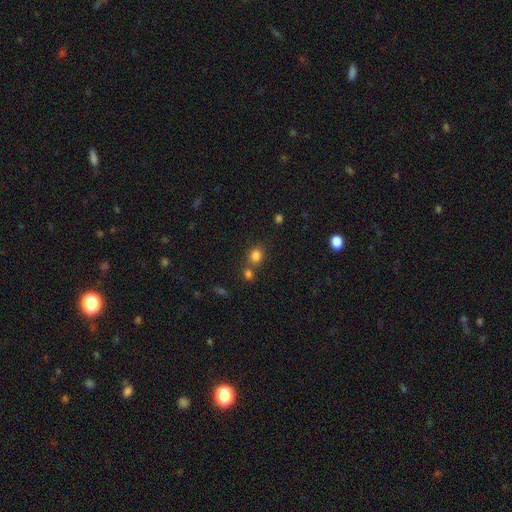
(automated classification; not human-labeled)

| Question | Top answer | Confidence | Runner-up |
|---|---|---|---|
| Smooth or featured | smooth | 81% | star or artifact (13%) |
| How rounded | round | 62% | in between (37%) |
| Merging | none | 60% | merger (26%) |